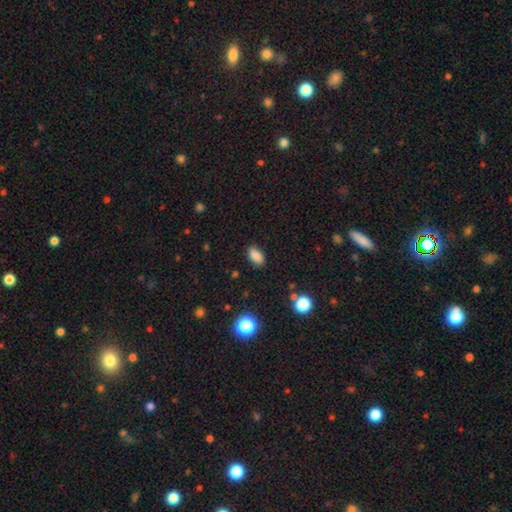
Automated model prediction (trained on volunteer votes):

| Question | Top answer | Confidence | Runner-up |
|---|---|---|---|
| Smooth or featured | smooth | 85% | star or artifact (11%) |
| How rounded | in between | 90% | round (8%) |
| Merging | none | 87% | minor disturbance (10%) |